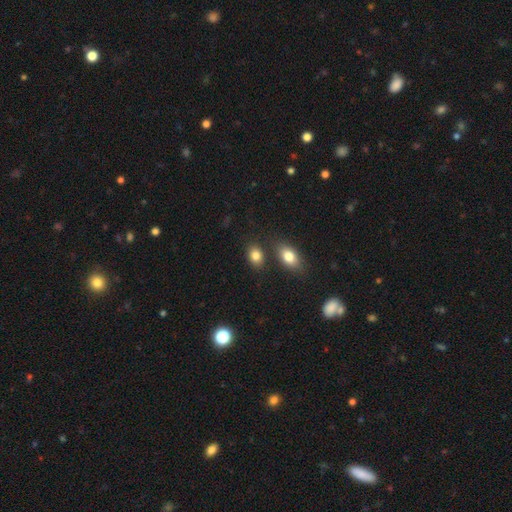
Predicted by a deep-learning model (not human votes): This is clearly a smooth galaxy (83%). How rounded: likely in between (73%). Merging: likely none (75%).